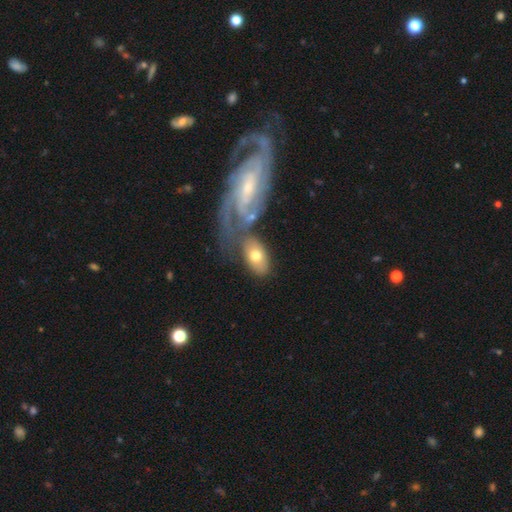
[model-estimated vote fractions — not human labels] This is possibly a smooth galaxy (59%). How rounded: clearly in between (89%). Merging: possibly none (47%).